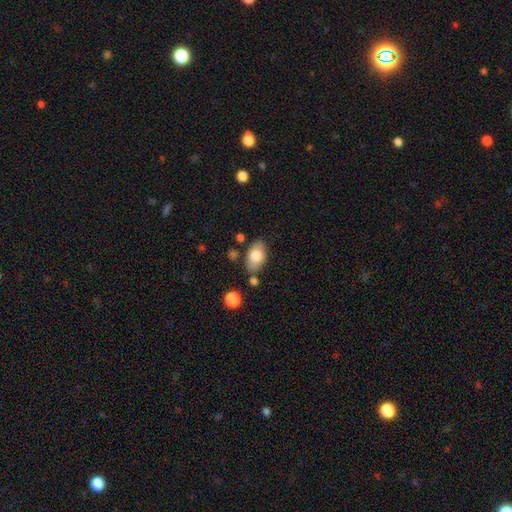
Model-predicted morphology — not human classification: Smooth or featured: smooth — 80% (featured or disk — 13%)
How rounded: in between — 92% (round — 6%)
Merging: none — 77% (minor disturbance — 14%)